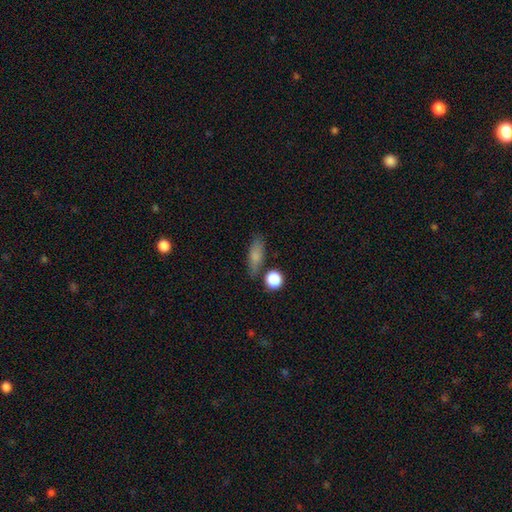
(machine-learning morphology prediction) A smooth galaxy with no disk features (76%) that is in between round and cigar-shaped (56%). Merging: none (70%).